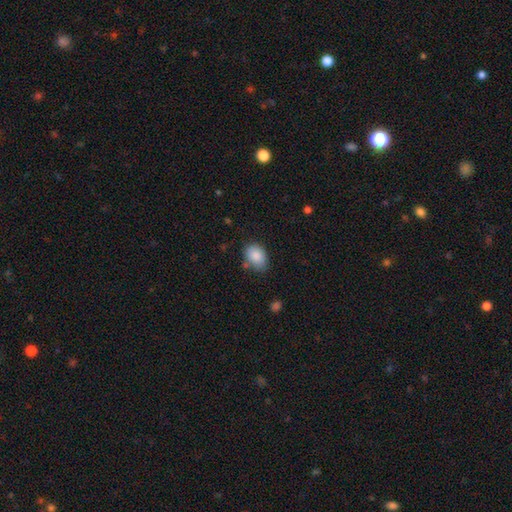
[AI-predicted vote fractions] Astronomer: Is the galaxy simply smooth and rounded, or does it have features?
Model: smooth — 87%.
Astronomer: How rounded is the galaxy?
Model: in between — 76%.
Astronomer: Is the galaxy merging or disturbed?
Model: none — 69%.